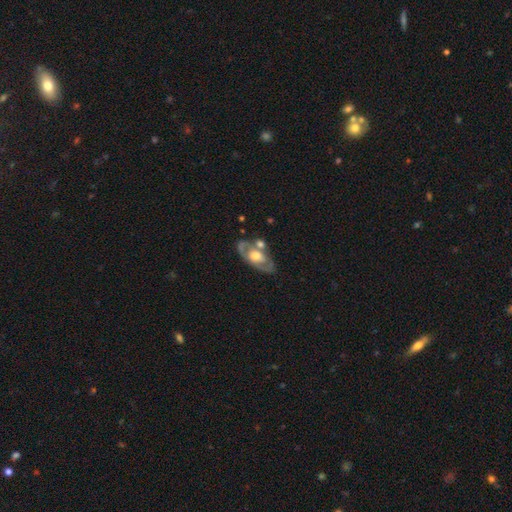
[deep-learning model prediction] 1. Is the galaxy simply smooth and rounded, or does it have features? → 68% featured or disk, 27% smooth, 5% star or artifact.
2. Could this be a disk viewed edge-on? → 86% no, 14% yes.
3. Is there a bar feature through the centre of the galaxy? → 76% no, 18% weak, 6% strong.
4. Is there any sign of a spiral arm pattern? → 56% no, 44% yes.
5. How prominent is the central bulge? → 53% moderate, 35% large, 8% small, 2% dominant, 2% none.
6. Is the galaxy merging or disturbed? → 63% none, 16% minor disturbance, 15% merger, 6% major disturbance.